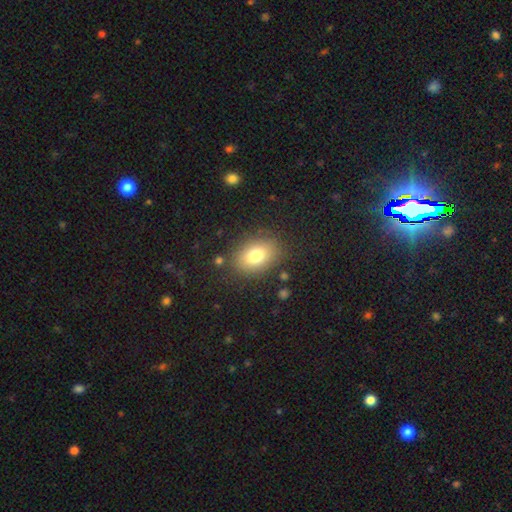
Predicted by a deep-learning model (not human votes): Smooth or featured?
  - smooth: 78% *
  - featured or disk: 12%
  - star or artifact: 11%
How rounded?
  - in between: 74% *
  - round: 25%
  - cigar-shaped: 1%
Merging?
  - none: 83% *
  - minor disturbance: 11%
  - major disturbance: 4%
  - merger: 2%